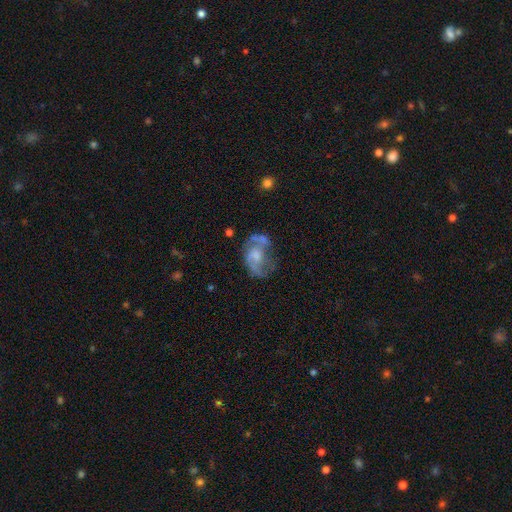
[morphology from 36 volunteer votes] Volunteers were most divided on "bulge size": moderate: 38%, small: 29%, none: 17%, large: 12%, dominant: 4%. Remaining: edge-on disk — no (100%); smooth or featured — featured or disk (67%); spiral arms — yes (67%); bar — no (58%); spiral winding — loose (50%); spiral arm count — 2 (50%); merging — none (44%).